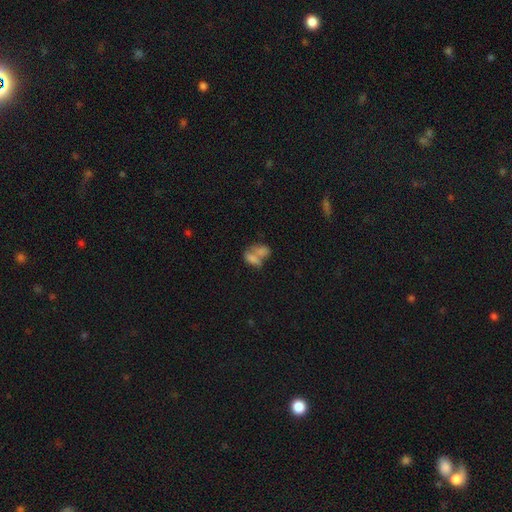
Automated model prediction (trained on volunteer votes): Smooth or featured? Predicted: smooth (p=0.70). How rounded? Predicted: in between (p=0.82). Merging? Predicted: merger (p=0.66).